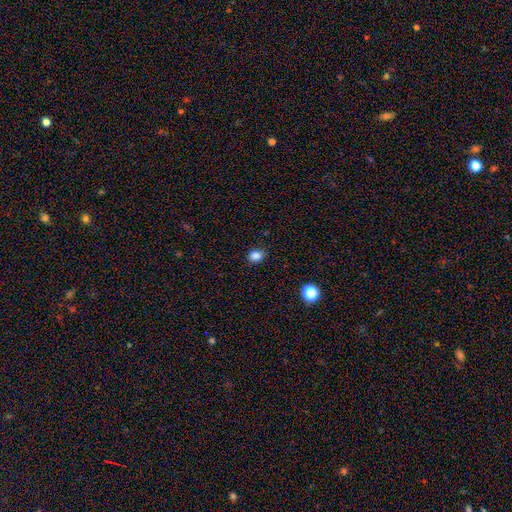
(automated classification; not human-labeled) The model was most divided on "how rounded": in between: 51%, round: 48%, cigar-shaped: 1%. More confident: merging — none (84%); smooth or featured — smooth (84%).